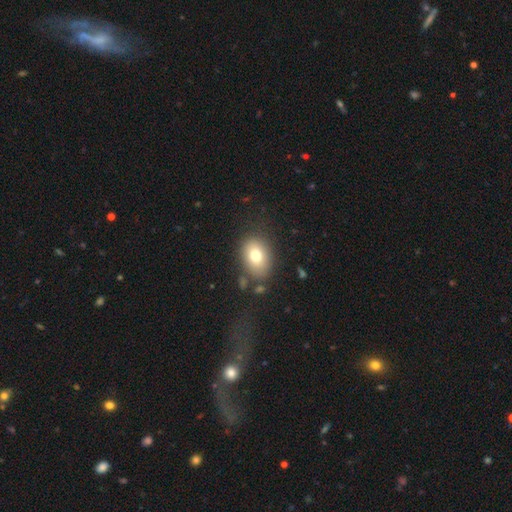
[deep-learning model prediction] A smooth galaxy with no disk features (77%) that is in between round and cigar-shaped (74%).

Vote fractions:
- Smooth or featured? smooth: 77% / featured or disk: 13% / star or artifact: 10%
- How rounded? in between: 74% / round: 25% / cigar-shaped: 1%
- Merging? none: 77% / minor disturbance: 13% / major disturbance: 5% / merger: 4%